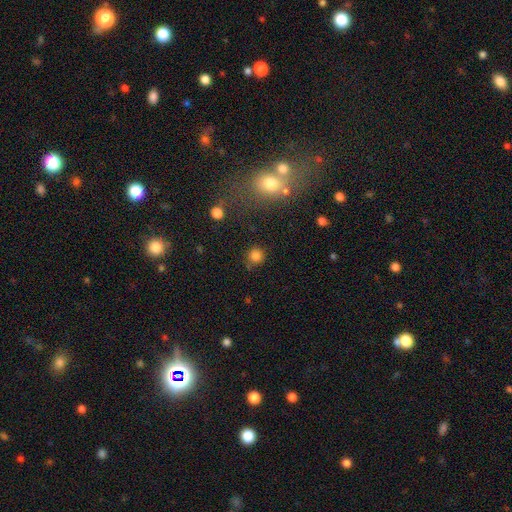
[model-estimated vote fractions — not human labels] Q: Smooth or featured?
A: smooth (81%); runner-up: star or artifact (14%)
Q: How rounded?
A: round (92%); runner-up: in between (7%)
Q: Merging?
A: none (81%); runner-up: minor disturbance (11%)